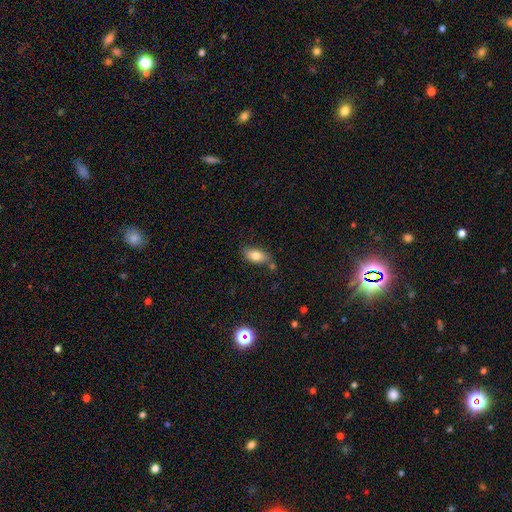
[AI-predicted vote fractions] Smooth or featured: smooth — 79% (featured or disk — 13%)
How rounded: in between — 88% (cigar-shaped — 8%)
Merging: none — 69% (minor disturbance — 17%)